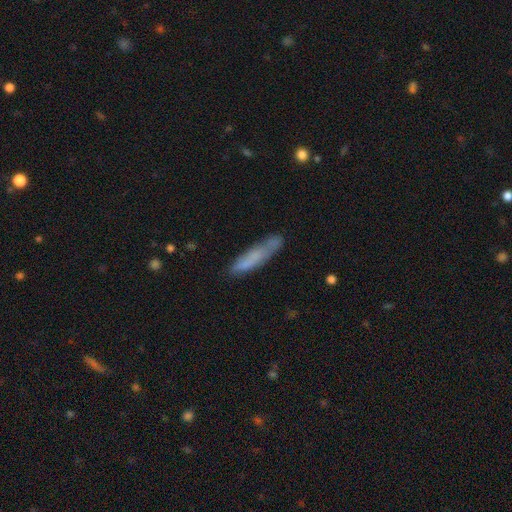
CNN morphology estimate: smooth_or_featured: smooth (p=0.68) [alt: featured or disk p=0.25]
how_rounded: cigar-shaped (p=0.87) [alt: in between p=0.12]
merging: none (p=0.72) [alt: minor disturbance p=0.20]